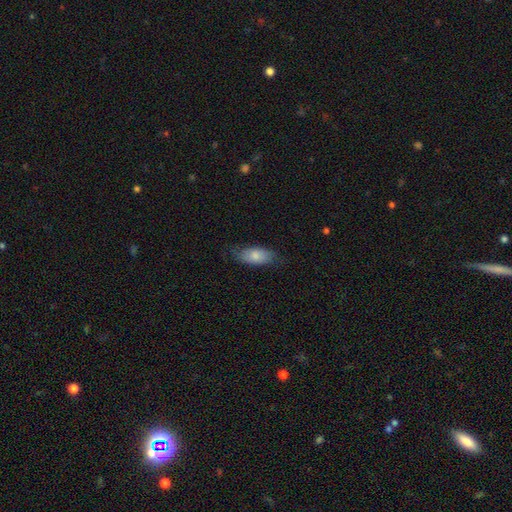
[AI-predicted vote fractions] Smooth or featured: smooth — 79% (featured or disk — 15%)
How rounded: in between — 88% (cigar-shaped — 9%)
Merging: none — 70% (minor disturbance — 23%)